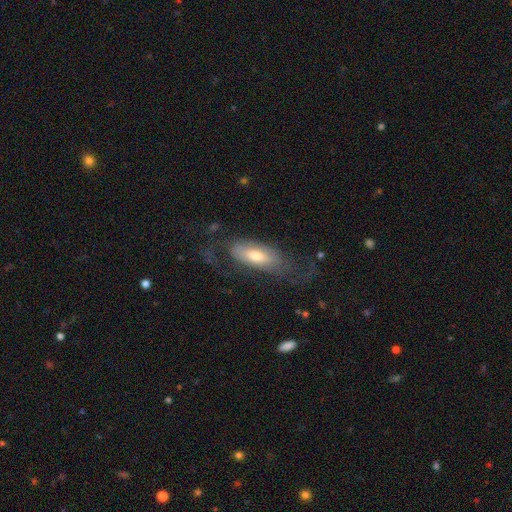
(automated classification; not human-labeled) Smooth or featured?
  - featured or disk: 50% *
  - smooth: 43%
  - star or artifact: 7%
Edge-on disk?
  - no: 80% *
  - yes: 20%
Merging?
  - none: 52% *
  - major disturbance: 26%
  - minor disturbance: 20%
  - merger: 2%